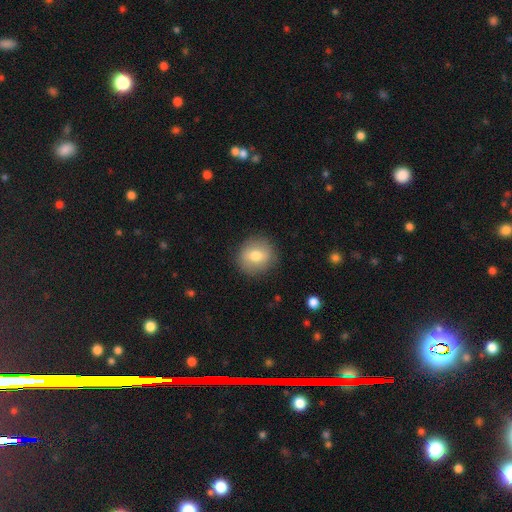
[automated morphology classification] Smooth or featured? Predicted: smooth (p=0.71). How rounded? Predicted: round (p=0.87). Merging? Predicted: none (p=0.87).